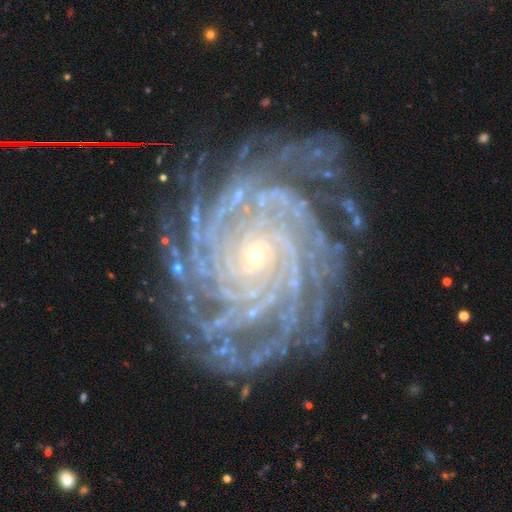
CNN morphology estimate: Smooth or featured?
  - featured or disk: 92% *
  - star or artifact: 6%
  - smooth: 3%
Edge-on disk?
  - no: 97% *
  - yes: 3%
Bar?
  - no: 72% *
  - weak: 18%
  - strong: 9%
Spiral arms?
  - yes: 99% *
  - no: 1%
Spiral winding?
  - tight: 83% *
  - medium: 15%
  - loose: 2%
Spiral arm count?
  - more than 4: 40% *
  - 4: 18%
  - can't tell: 14%
  - 3: 10%
  - 2: 9%
  - 1: 8%
Bulge size?
  - small: 85% *
  - moderate: 11%
  - none: 1%
  - large: 1%
  - dominant: 1%
Merging?
  - none: 78% *
  - minor disturbance: 15%
  - major disturbance: 6%
  - merger: 1%